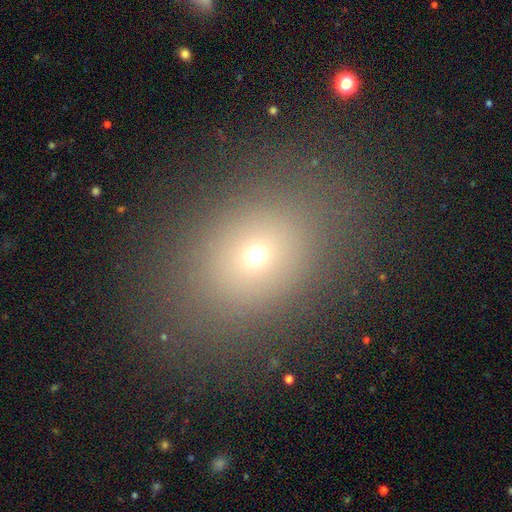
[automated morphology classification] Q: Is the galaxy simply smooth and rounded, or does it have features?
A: smooth — 64%.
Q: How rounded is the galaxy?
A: in between — 55%.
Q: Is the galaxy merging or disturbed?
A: none — 82%.